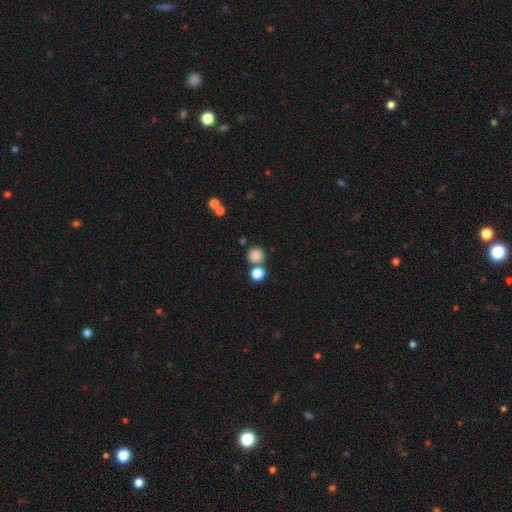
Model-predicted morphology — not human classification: Smooth or featured: smooth — 83% (star or artifact — 12%)
How rounded: round — 93% (in between — 6%)
Merging: none — 69% (merger — 21%)